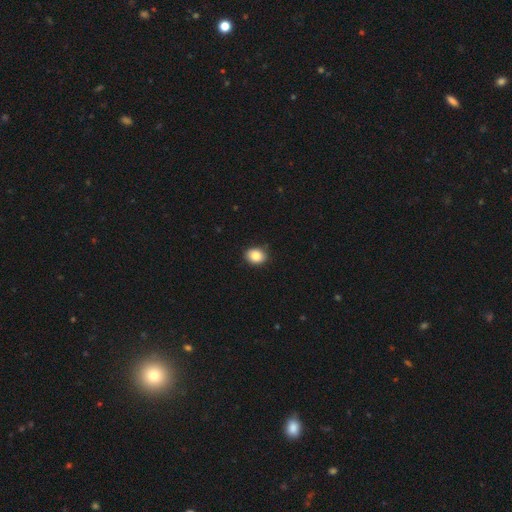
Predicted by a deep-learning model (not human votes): Smooth or featured? smooth (86%)
How rounded? in between (50%)
Merging? none (85%)